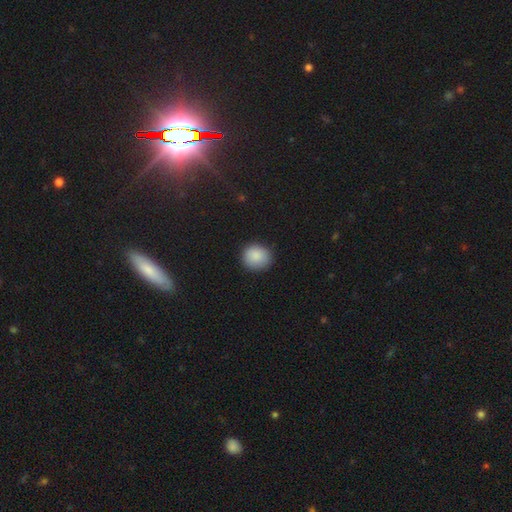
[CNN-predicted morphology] A smooth galaxy with no disk features (88%) that is round (84%).

Vote fractions:
- Smooth or featured? smooth: 88% / star or artifact: 8% / featured or disk: 4%
- How rounded? round: 84% / in between: 15% / cigar-shaped: 1%
- Merging? none: 87% / minor disturbance: 10% / major disturbance: 2% / merger: 1%